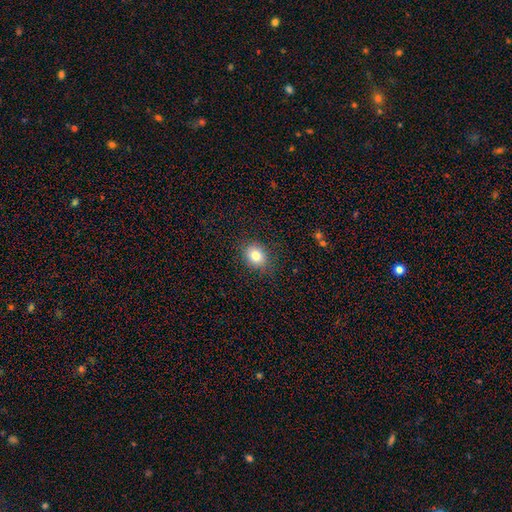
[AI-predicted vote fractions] This appears to be a smooth galaxy with no disk features (82%) that is round (54%). Merging: none (85%).